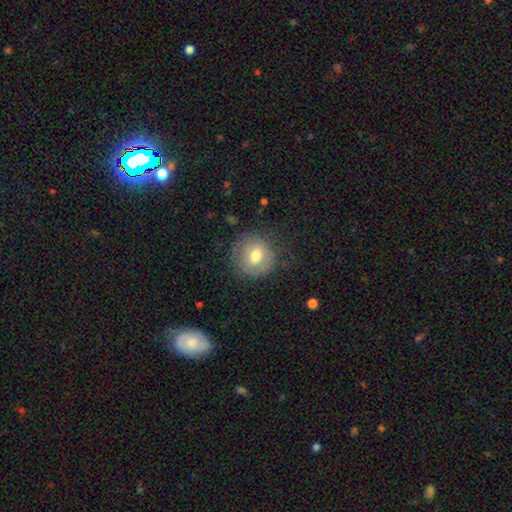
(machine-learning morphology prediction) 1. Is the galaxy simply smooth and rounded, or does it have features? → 66% smooth, 25% featured or disk, 9% star or artifact.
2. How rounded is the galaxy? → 87% round, 12% in between, 1% cigar-shaped.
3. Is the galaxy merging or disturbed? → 71% none, 18% minor disturbance, 9% major disturbance, 1% merger.